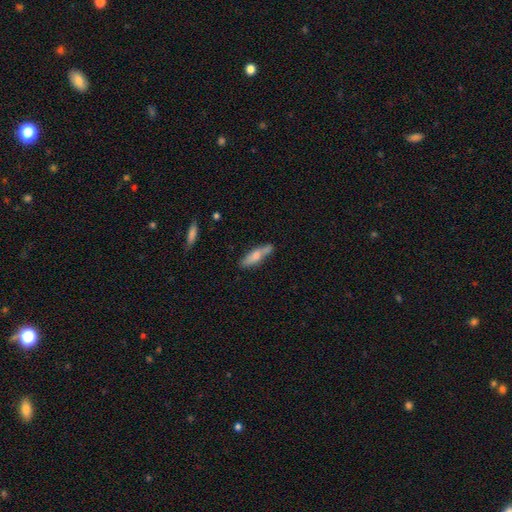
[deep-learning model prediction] This appears to be a smooth galaxy with no disk features (66%) that is cigar-shaped (66%). Merging: none (67%).